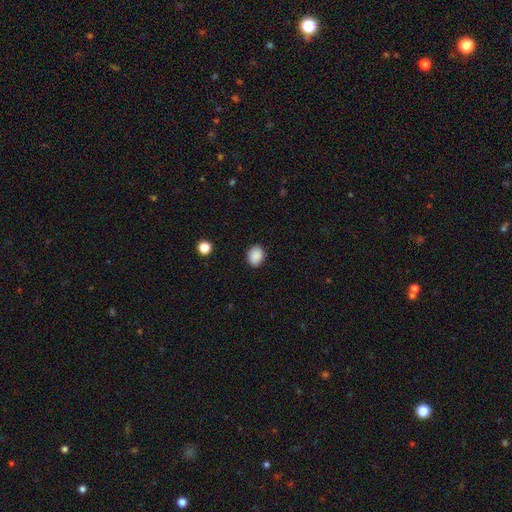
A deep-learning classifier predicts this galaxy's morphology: smooth_or_featured: smooth (p=0.89) [alt: star or artifact p=0.09]
how_rounded: round (p=0.51) [alt: in between p=0.48]
merging: none (p=0.88) [alt: minor disturbance p=0.09]